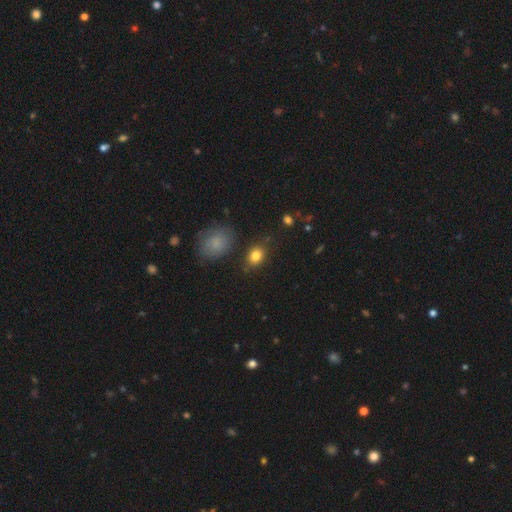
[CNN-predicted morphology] This appears to be a smooth galaxy with no disk features (83%) that is in between round and cigar-shaped (58%). Merging: none (79%).